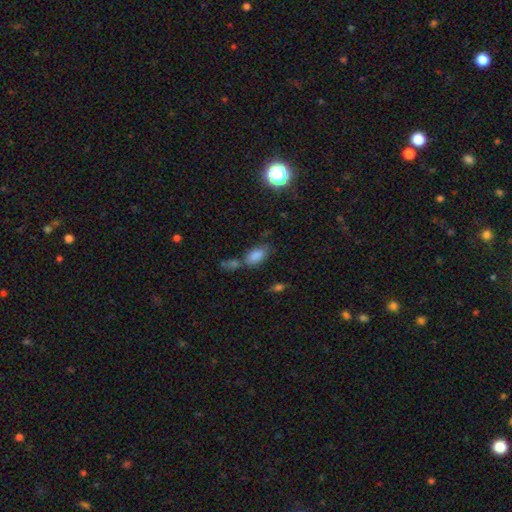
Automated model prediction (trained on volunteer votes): smooth-or-featured: smooth: 82% | star or artifact: 11% | featured or disk: 7%
  how-rounded: in between: 90% | round: 5% | cigar-shaped: 5%
  merging: none: 47% | merger: 30% | minor disturbance: 16% | major disturbance: 7%